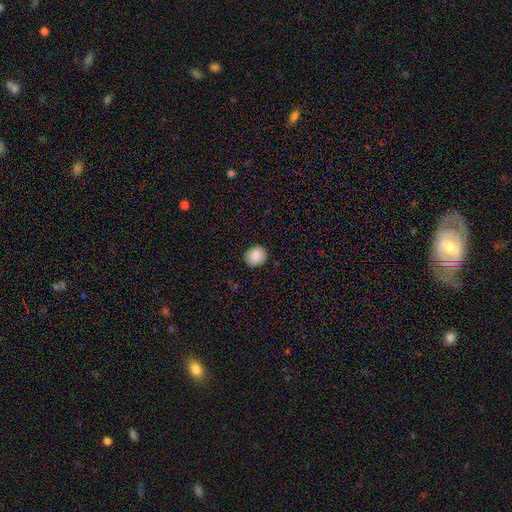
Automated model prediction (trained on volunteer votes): A smooth galaxy with no disk features (82%) that is round (83%).

Vote fractions:
- Smooth or featured? smooth: 82% / featured or disk: 10% / star or artifact: 8%
- How rounded? round: 83% / in between: 17% / cigar-shaped: 1%
- Merging? none: 89% / minor disturbance: 8% / major disturbance: 2% / merger: 1%